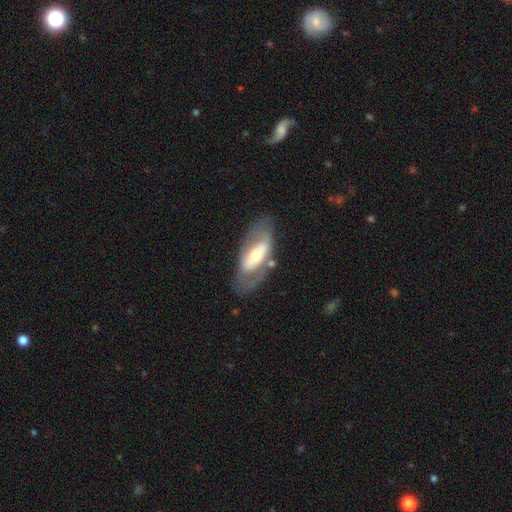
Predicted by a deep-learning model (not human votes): featured or disk 66%, smooth 28%, star or artifact 6%. Down the decision tree: edge-on disk — no (86%); bar — strong (42%); spiral arms — no (56%); bulge size — moderate (57%); merging — none (71%).